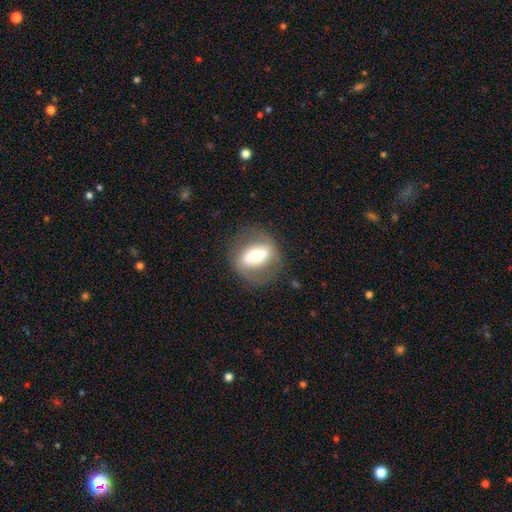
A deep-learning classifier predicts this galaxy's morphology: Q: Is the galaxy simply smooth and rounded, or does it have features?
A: featured or disk — 50%.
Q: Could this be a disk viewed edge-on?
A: no — 85%.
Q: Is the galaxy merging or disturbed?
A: none — 75%.